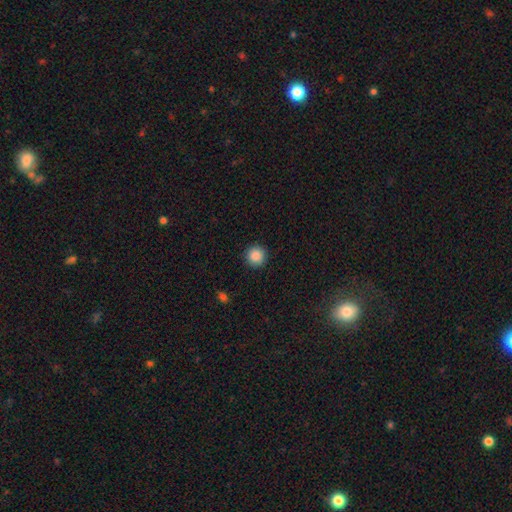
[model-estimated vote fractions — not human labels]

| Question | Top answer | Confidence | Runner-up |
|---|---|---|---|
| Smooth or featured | smooth | 88% | star or artifact (9%) |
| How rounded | round | 95% | in between (4%) |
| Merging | none | 92% | minor disturbance (5%) |